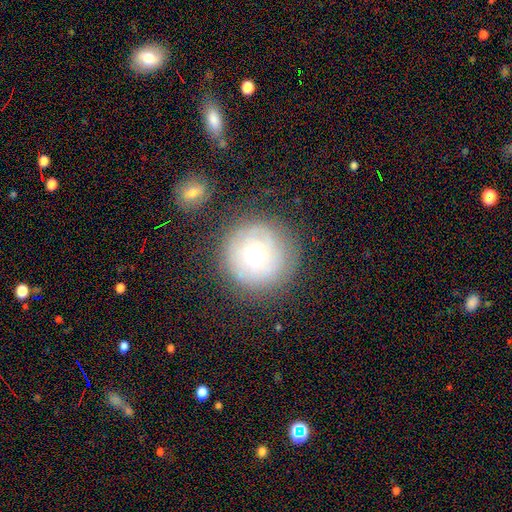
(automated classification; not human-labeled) smooth 54%, featured or disk 35%, star or artifact 11%. Down the decision tree: how rounded — round (95%); merging — none (76%).